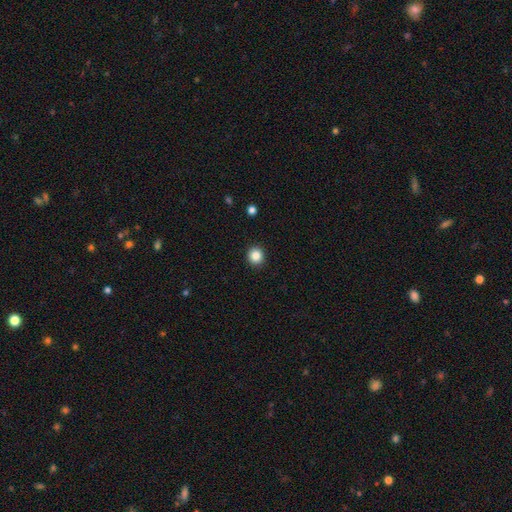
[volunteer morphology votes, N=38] Volunteers were most divided on "smooth or featured": smooth: 84%, featured or disk: 8%, star or artifact: 8%. More confident: how rounded — round (100%); merging — none (91%).